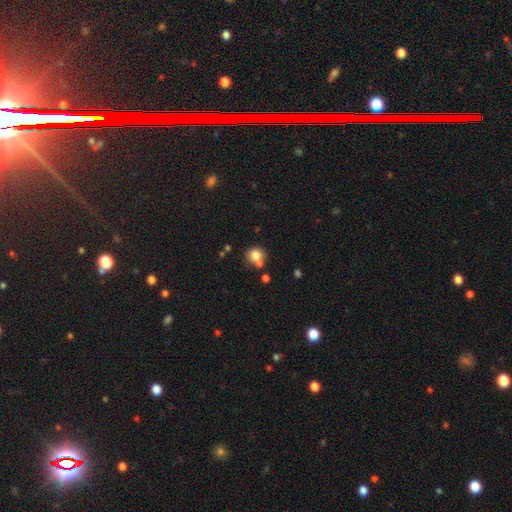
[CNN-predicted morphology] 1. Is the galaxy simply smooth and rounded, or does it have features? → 80% smooth, 11% star or artifact, 10% featured or disk.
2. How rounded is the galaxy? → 87% round, 13% in between, 1% cigar-shaped.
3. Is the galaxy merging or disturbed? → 58% none, 26% merger, 12% minor disturbance, 4% major disturbance.